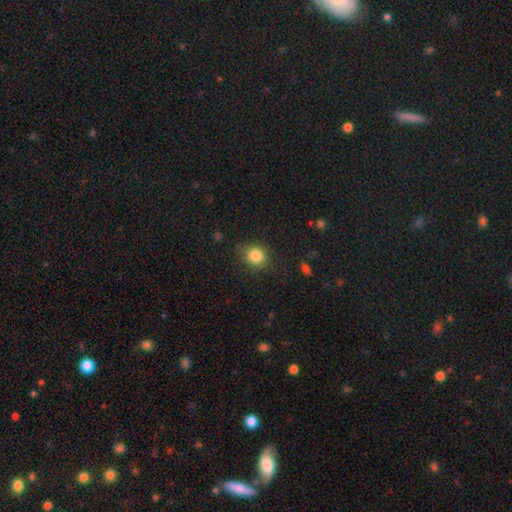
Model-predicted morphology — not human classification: type=smooth (84%); roundness=round (79%); merging=none (83%).